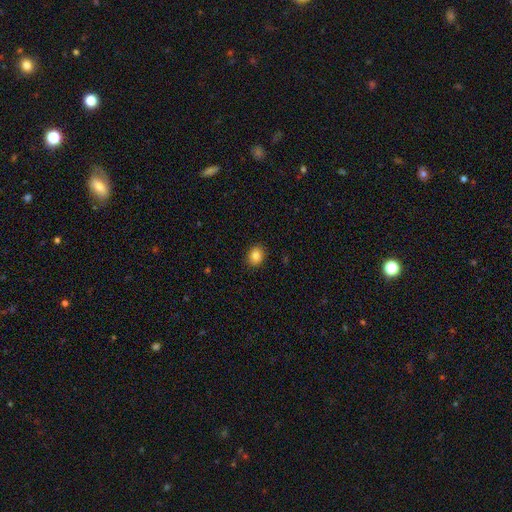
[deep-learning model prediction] Smooth or featured?
  - smooth: 84% *
  - star or artifact: 10%
  - featured or disk: 6%
How rounded?
  - round: 61% *
  - in between: 38%
  - cigar-shaped: 1%
Merging?
  - none: 90% *
  - minor disturbance: 7%
  - major disturbance: 2%
  - merger: 1%